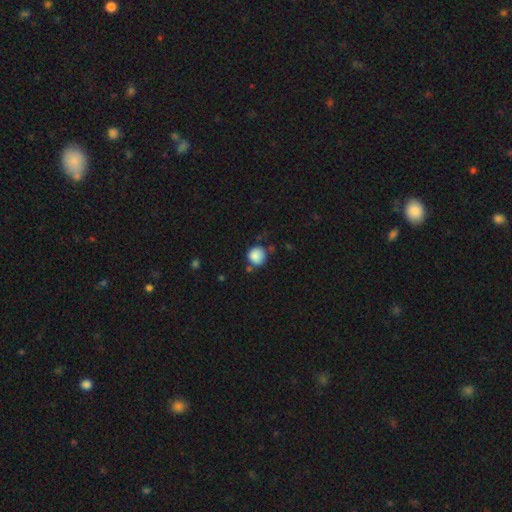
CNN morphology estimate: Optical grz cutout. It shows a smooth galaxy with no disk features (86%) that is round (90%). Merging: none (69%).